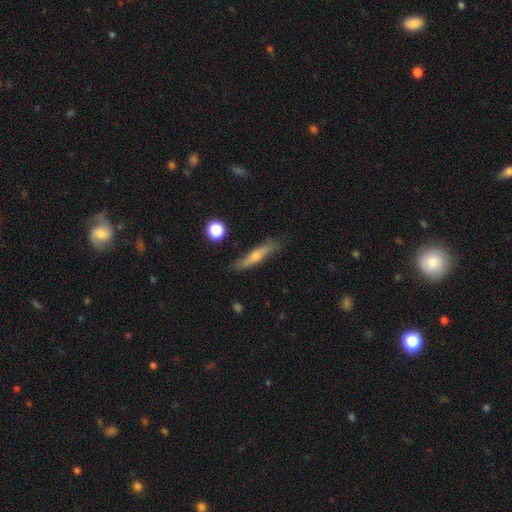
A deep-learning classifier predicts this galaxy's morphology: This is possibly a featured or disk galaxy (50%). It is clearly viewed edge-on (86%). Merging: clearly none (83%).